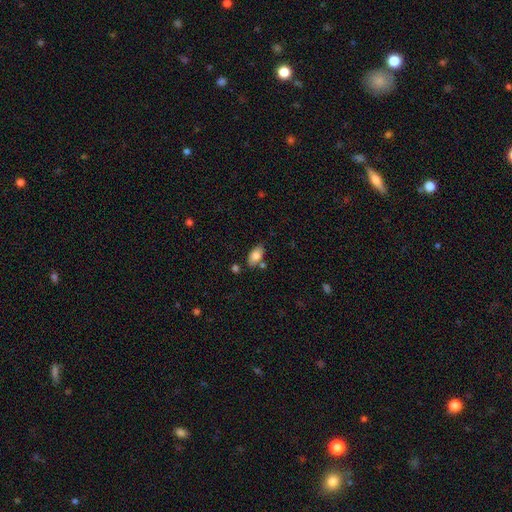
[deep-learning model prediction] The model was most divided on "merging": none: 74%, minor disturbance: 14%, merger: 9%, major disturbance: 3%. More confident: how rounded — in between (93%); smooth or featured — smooth (82%).